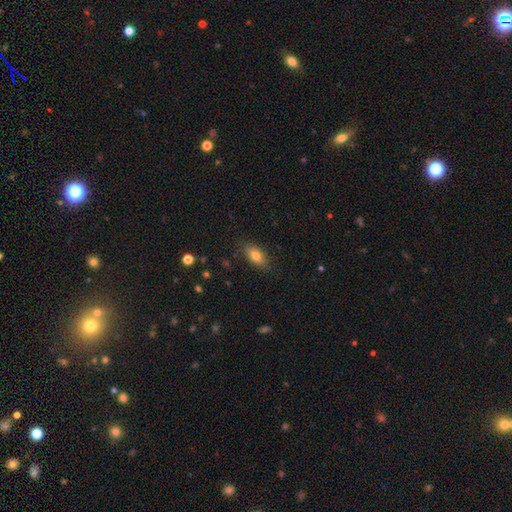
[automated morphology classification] smooth-or-featured: smooth: 79% | featured or disk: 13% | star or artifact: 8%
  how-rounded: in between: 86% | cigar-shaped: 10% | round: 4%
  merging: none: 83% | minor disturbance: 13% | major disturbance: 3% | merger: 1%